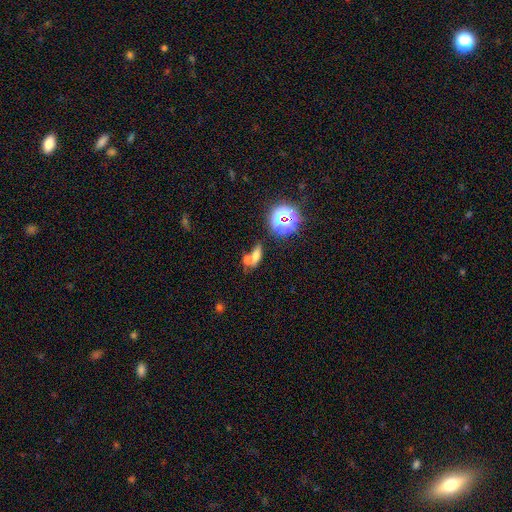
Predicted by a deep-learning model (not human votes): A smooth galaxy with no disk features (60%) that is in between round and cigar-shaped (66%).

Vote fractions:
- Smooth or featured? smooth: 60% / star or artifact: 23% / featured or disk: 18%
- How rounded? in between: 66% / round: 23% / cigar-shaped: 10%
- Merging? merger: 49% / none: 34% / minor disturbance: 10% / major disturbance: 7%